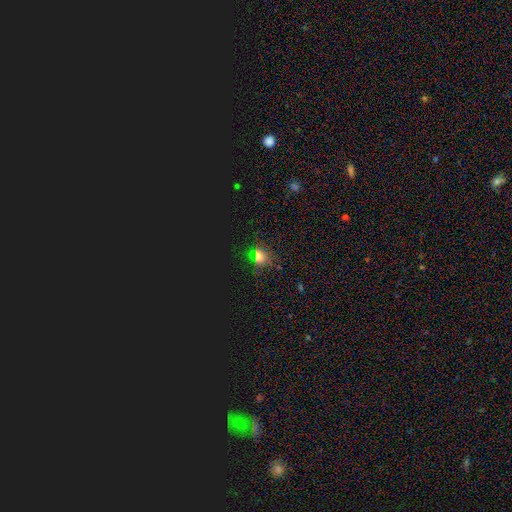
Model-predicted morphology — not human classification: smooth-or-featured: star or artifact: 53% | smooth: 38% | featured or disk: 8%